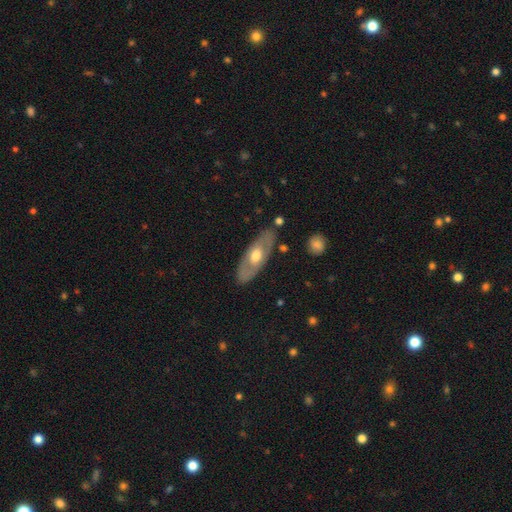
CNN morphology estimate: A featured or disk galaxy (53%).

Vote fractions:
- Smooth or featured? featured or disk: 53% / smooth: 42% / star or artifact: 5%
- Edge-on disk? no: 71% / yes: 29%
- Merging? none: 83% / minor disturbance: 12% / major disturbance: 3% / merger: 2%